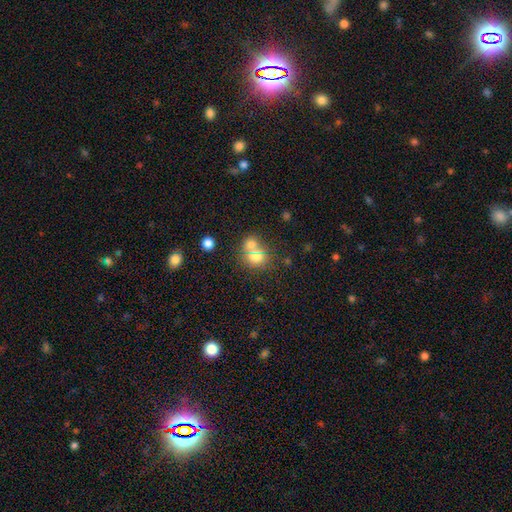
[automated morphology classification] Smooth or featured? smooth (73%)
How rounded? round (61%)
Merging? merger (54%)